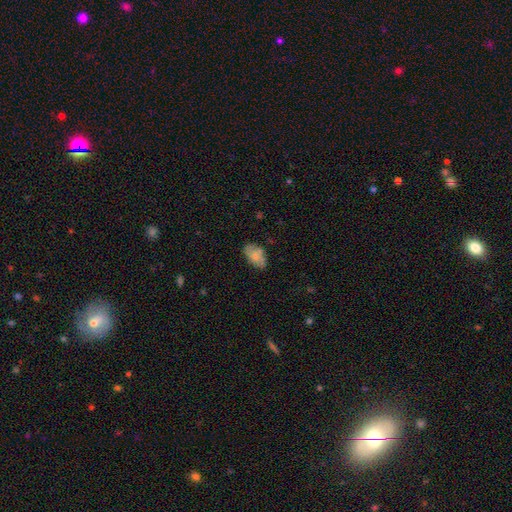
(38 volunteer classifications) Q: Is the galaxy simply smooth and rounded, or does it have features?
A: smooth — 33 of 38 (87%).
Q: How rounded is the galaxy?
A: in between — 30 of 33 (91%).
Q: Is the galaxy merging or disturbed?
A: none — 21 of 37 (57%).